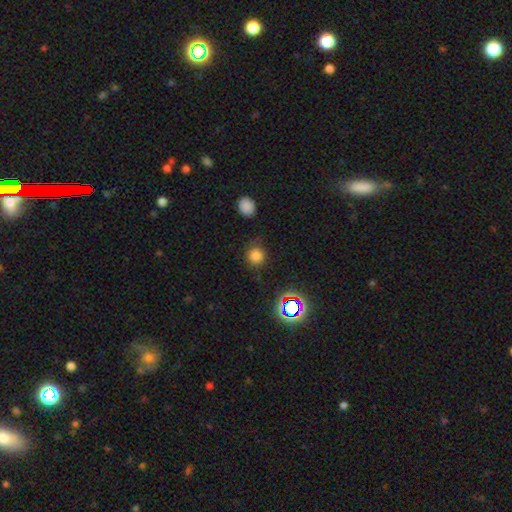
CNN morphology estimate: This is likely a smooth galaxy (76%). How rounded: clearly round (90%). Merging: likely none (79%).